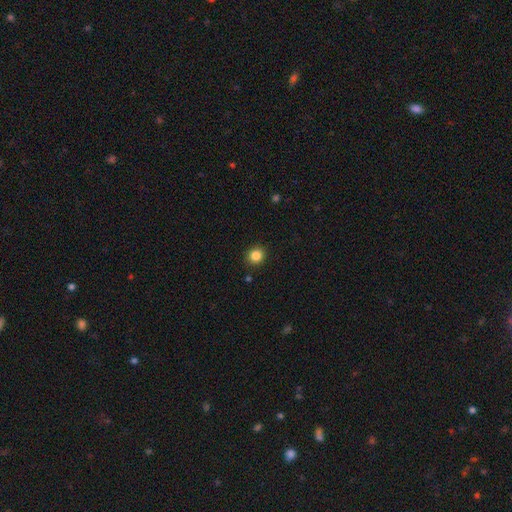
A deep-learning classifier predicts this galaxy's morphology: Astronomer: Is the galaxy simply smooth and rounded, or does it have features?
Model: smooth — 85%.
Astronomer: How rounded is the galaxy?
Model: round — 84%.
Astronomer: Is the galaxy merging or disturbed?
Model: none — 90%.